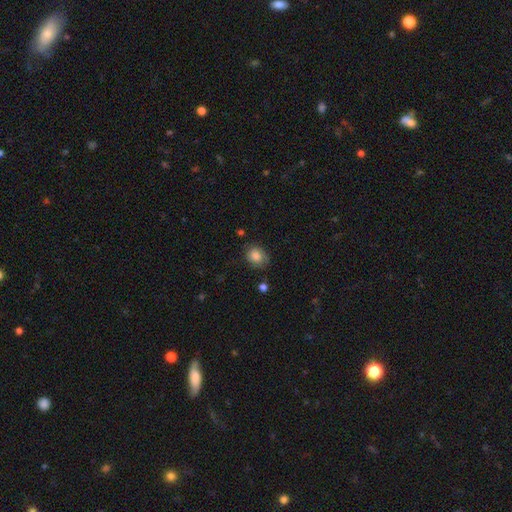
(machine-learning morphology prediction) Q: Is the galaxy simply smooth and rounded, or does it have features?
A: smooth — 84%.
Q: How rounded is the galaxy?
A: round — 52%.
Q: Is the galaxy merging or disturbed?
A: none — 72%.